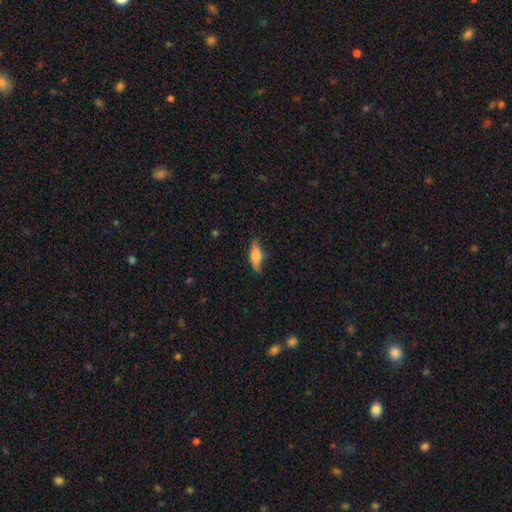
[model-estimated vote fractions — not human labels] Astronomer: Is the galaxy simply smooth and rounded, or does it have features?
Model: smooth — 71%.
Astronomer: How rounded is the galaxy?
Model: in between — 69%.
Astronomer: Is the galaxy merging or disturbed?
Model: none — 69%.